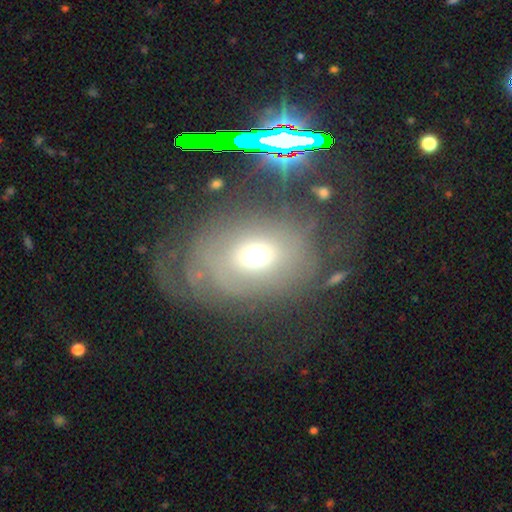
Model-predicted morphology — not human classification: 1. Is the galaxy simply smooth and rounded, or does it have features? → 42% smooth, 41% featured or disk, 18% star or artifact.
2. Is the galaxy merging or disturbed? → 47% none, 28% major disturbance, 21% minor disturbance, 4% merger.